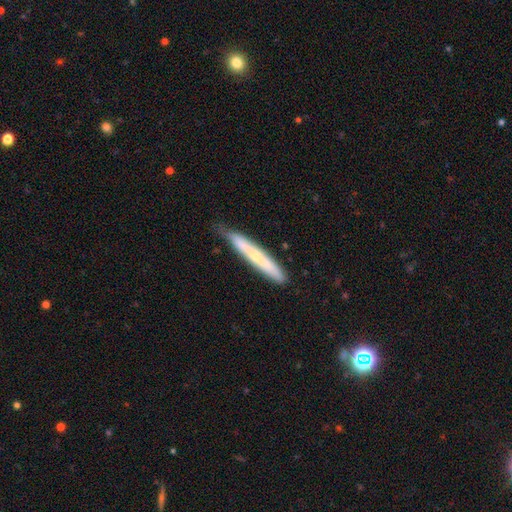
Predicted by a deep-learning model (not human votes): smooth_or_featured: smooth (p=0.56) [alt: featured or disk p=0.38]
how_rounded: cigar-shaped (p=0.95) [alt: in between p=0.04]
merging: none (p=0.74) [alt: minor disturbance p=0.21]